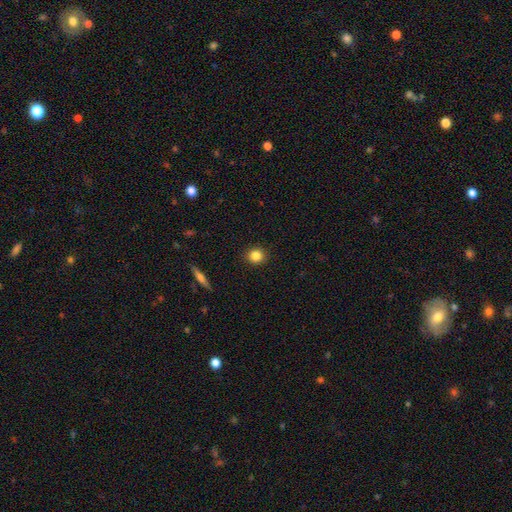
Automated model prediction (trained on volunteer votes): Smooth or featured? Predicted: smooth (p=0.83). How rounded? Predicted: round (p=0.88). Merging? Predicted: none (p=0.92).